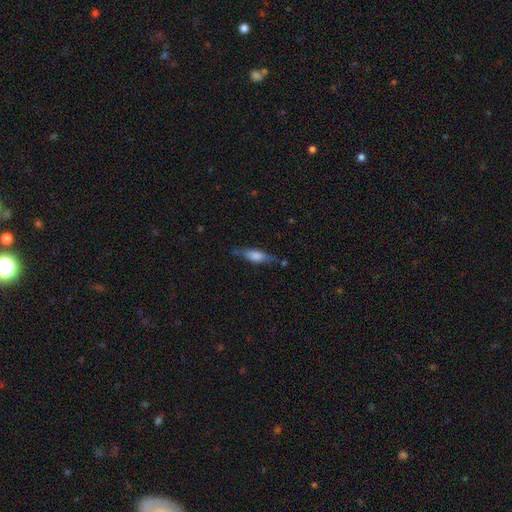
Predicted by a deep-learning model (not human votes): A smooth galaxy with no disk features (50%). Merging: none (70%).